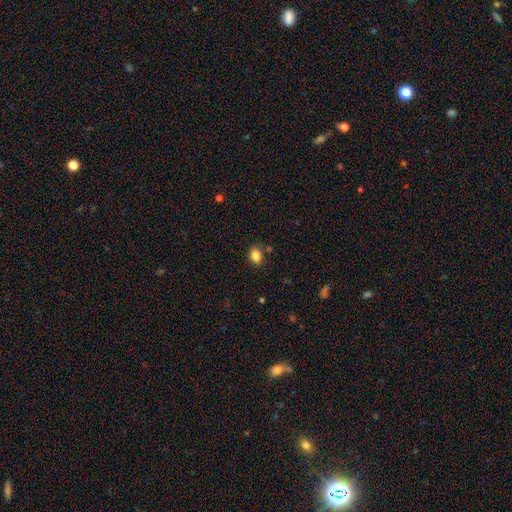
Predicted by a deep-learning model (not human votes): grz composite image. It shows a smooth galaxy with no disk features (85%) that is in between round and cigar-shaped (66%). Merging: none (81%).